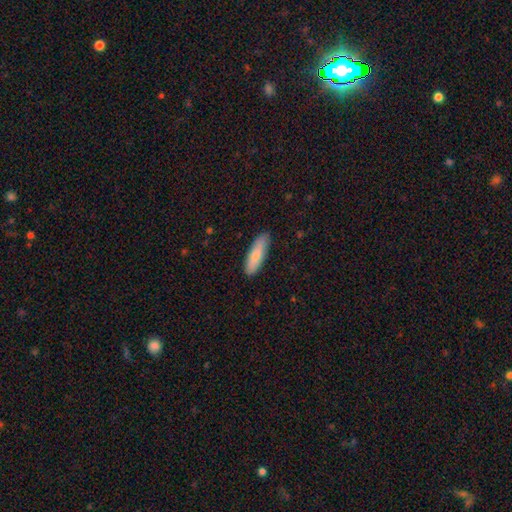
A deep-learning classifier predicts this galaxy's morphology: Smooth or featured? Predicted: smooth (p=0.81). How rounded? Predicted: cigar-shaped (p=0.57). Merging? Predicted: none (p=0.86).